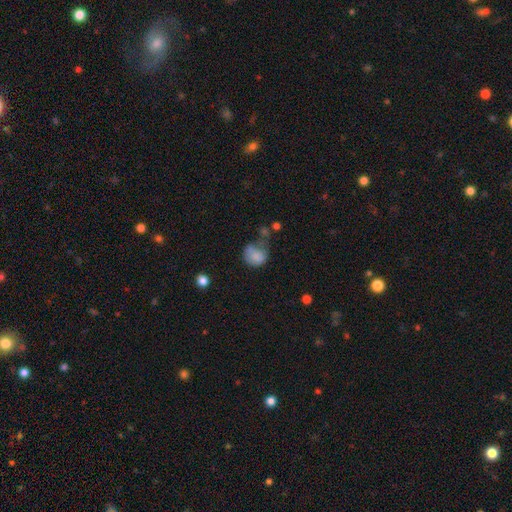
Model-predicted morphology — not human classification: Smooth or featured? smooth (76%)
How rounded? round (63%)
Merging? none (31%)